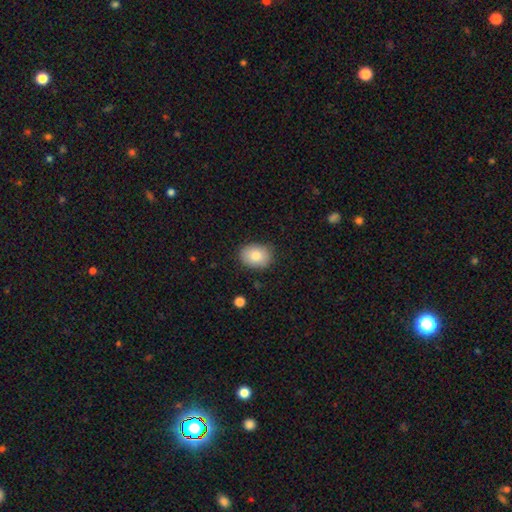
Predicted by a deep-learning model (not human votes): smooth_or_featured: smooth (p=0.82) [alt: featured or disk p=0.10]
how_rounded: in between (p=0.60) [alt: round p=0.39]
merging: none (p=0.85) [alt: minor disturbance p=0.12]